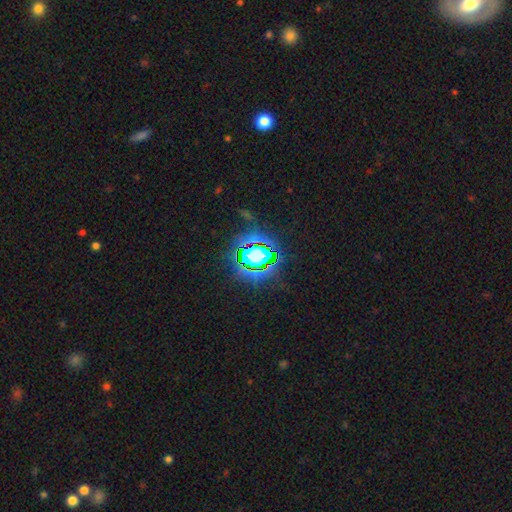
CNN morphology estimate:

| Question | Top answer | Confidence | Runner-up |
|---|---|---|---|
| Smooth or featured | star or artifact | 68% | smooth (19%) |